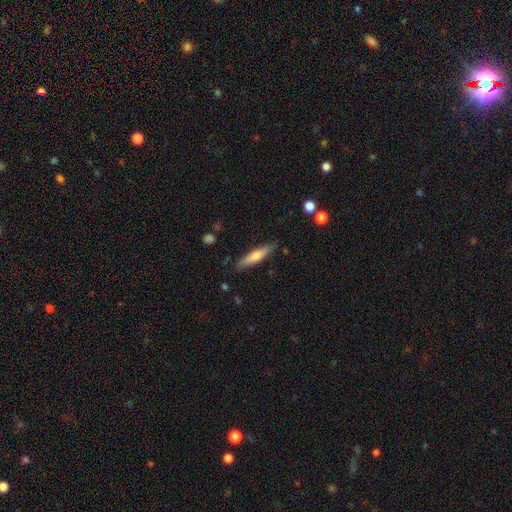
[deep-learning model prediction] Smooth or featured: smooth — 55% (featured or disk — 39%)
How rounded: cigar-shaped — 83% (in between — 16%)
Merging: none — 85% (minor disturbance — 12%)